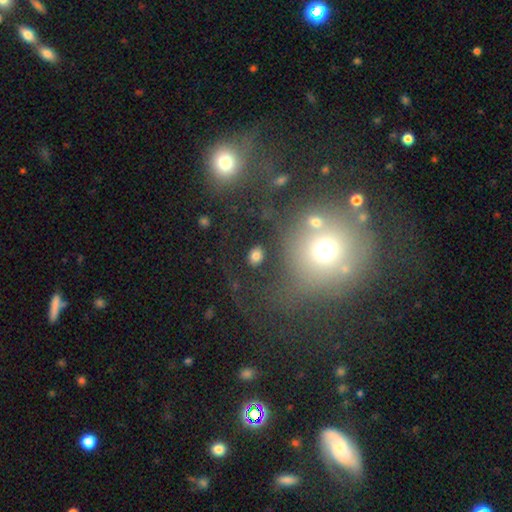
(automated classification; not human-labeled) smooth-or-featured: smooth: 77% | star or artifact: 14% | featured or disk: 9%
  how-rounded: in between: 58% | round: 40% | cigar-shaped: 2%
  merging: none: 83% | minor disturbance: 9% | major disturbance: 5% | merger: 4%